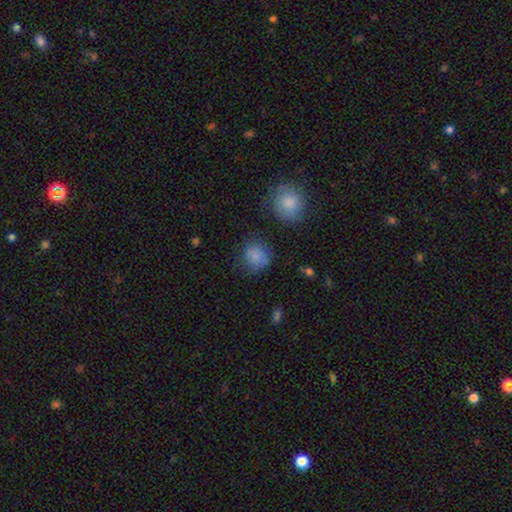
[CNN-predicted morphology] Smooth or featured?
  - smooth: 81% *
  - star or artifact: 11%
  - featured or disk: 8%
How rounded?
  - round: 75% *
  - in between: 24%
  - cigar-shaped: 1%
Merging?
  - none: 65% *
  - minor disturbance: 22%
  - major disturbance: 10%
  - merger: 4%